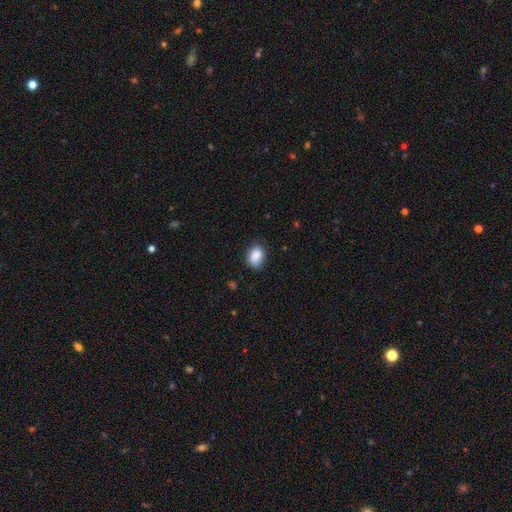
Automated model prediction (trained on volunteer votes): Smooth or featured? smooth (87%)
How rounded? in between (76%)
Merging? none (69%)